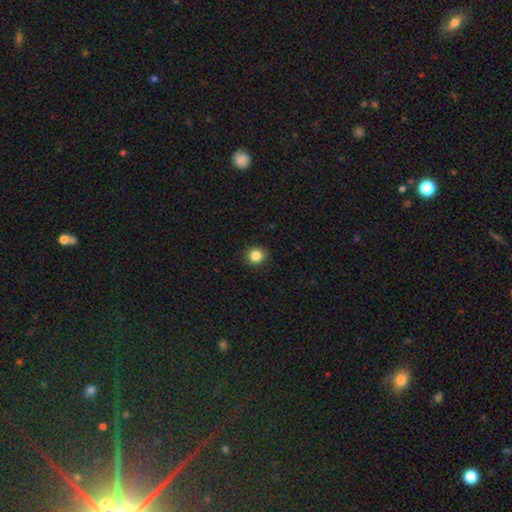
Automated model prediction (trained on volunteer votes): Smooth or featured? smooth (85%)
How rounded? round (90%)
Merging? none (91%)